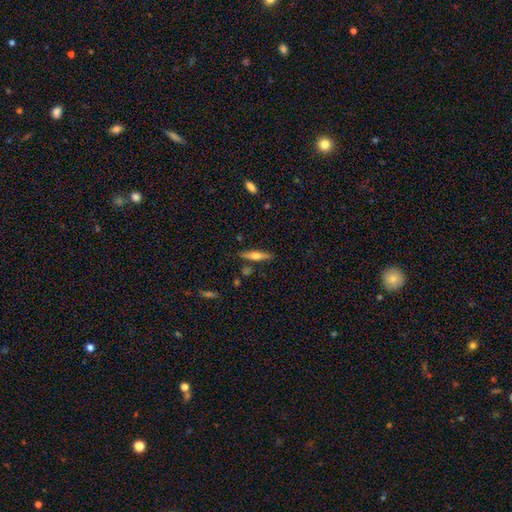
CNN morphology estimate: A featured or disk galaxy (49%).

Vote fractions:
- Smooth or featured? featured or disk: 49% / smooth: 45% / star or artifact: 7%
- Merging? none: 83% / minor disturbance: 10% / merger: 4% / major disturbance: 2%